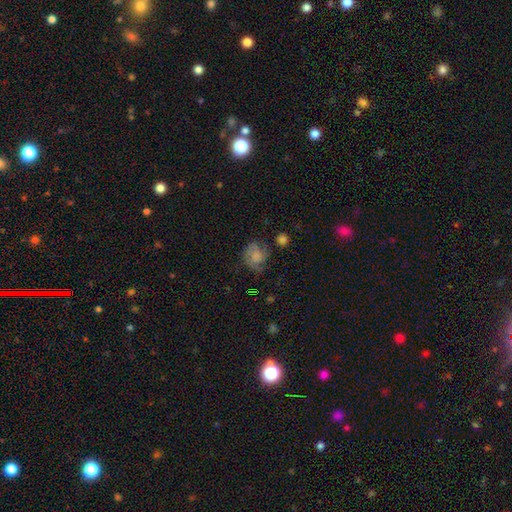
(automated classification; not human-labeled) Morphology: type=smooth (52%); roundness=round (65%); merging=none (51%).